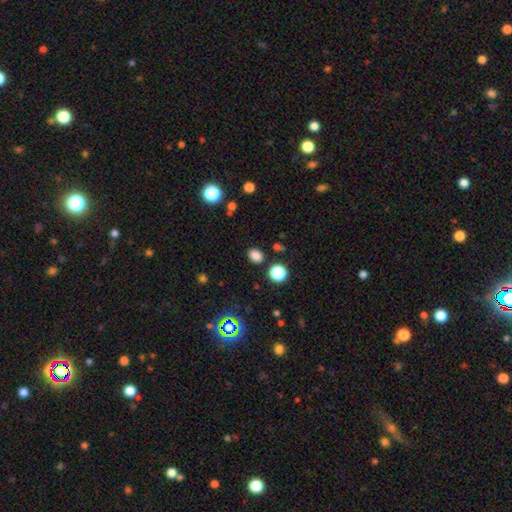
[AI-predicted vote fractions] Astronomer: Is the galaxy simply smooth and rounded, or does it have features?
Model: smooth — 80%.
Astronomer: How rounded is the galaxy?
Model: in between — 53% (runner-up: round, 46%).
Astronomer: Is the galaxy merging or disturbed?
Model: none — 86%.